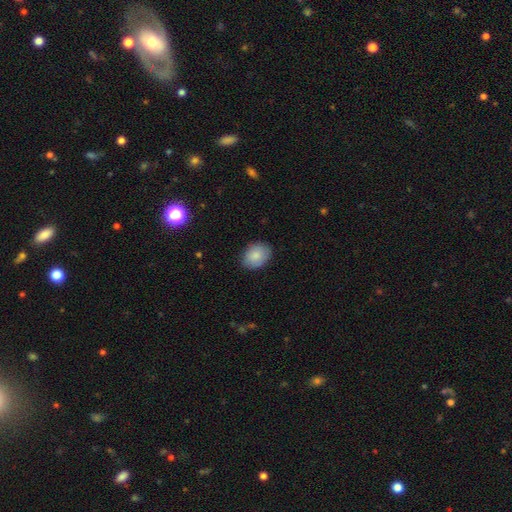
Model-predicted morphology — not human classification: Smooth or featured? Predicted: smooth (p=0.86). How rounded? Predicted: in between (p=0.69). Merging? Predicted: none (p=0.83).